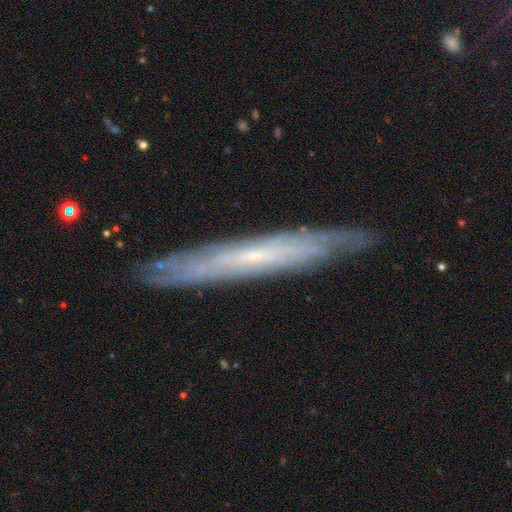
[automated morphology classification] A featured or disk galaxy (71%) viewed edge-on (71%) with no central bulge (72%). Merging: none (83%).